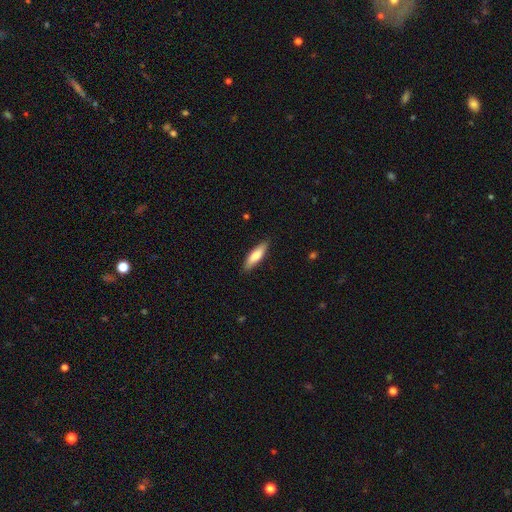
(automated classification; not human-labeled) Overall: smooth (78%). How rounded: cigar-shaped (60%; in between 39%). Merging: none (87%).